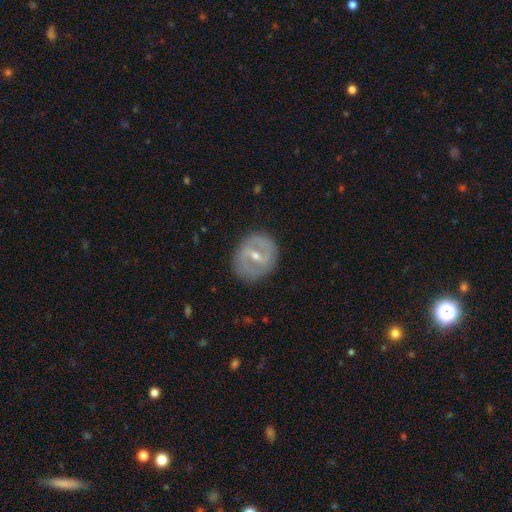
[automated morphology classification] This is likely a featured or disk galaxy (76%). It is clearly not viewed edge-on (95%). Bar: marginally strong (43%, tied with weak). Spiral arm pattern: likely yes (61%). Central bulge: possibly moderate (49%). Merging: clearly none (84%).